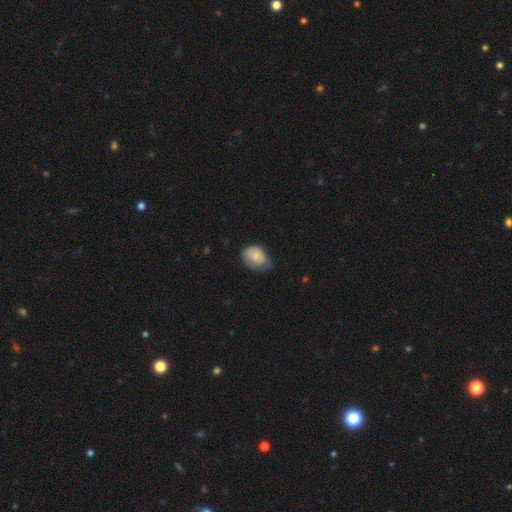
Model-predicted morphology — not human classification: Q: Smooth or featured?
A: smooth (74%); runner-up: featured or disk (19%)
Q: How rounded?
A: in between (65%); runner-up: round (34%)
Q: Merging?
A: minor disturbance (43%); runner-up: none (38%)